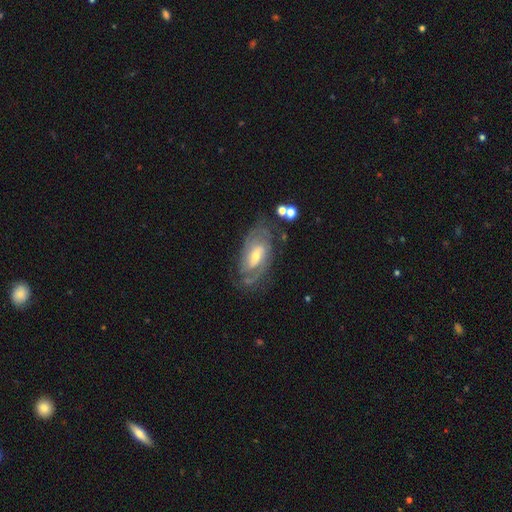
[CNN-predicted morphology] featured or disk 84%, smooth 10%, star or artifact 6%. Down the decision tree: edge-on disk — no (94%); bar — weak (46%); spiral arms — yes (93%); spiral arm count — 2 (50%); spiral winding — tight (56%); bulge size — small (48%); merging — none (70%).